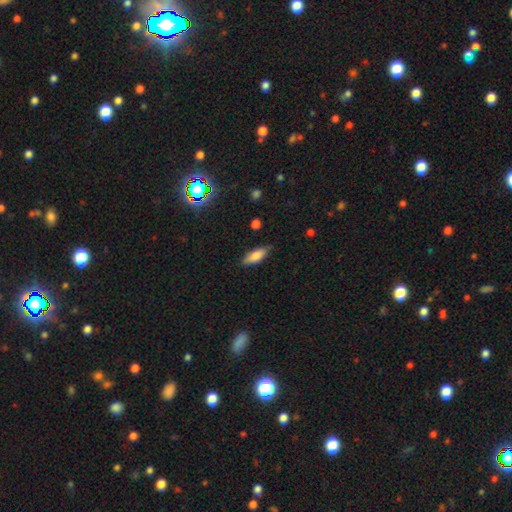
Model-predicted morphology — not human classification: Overall: smooth (78%). How rounded: in between (71%). Merging: none (78%).